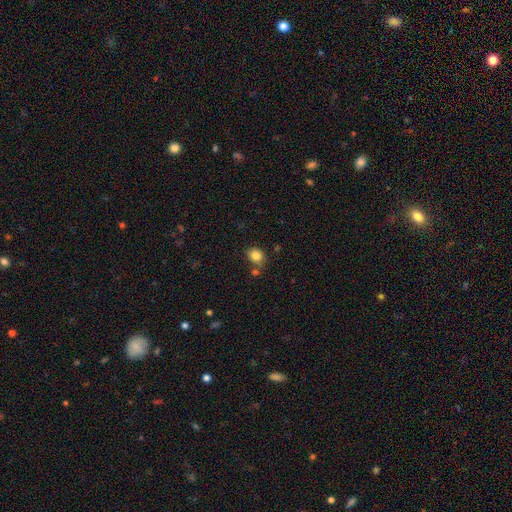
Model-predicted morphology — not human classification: The model was most divided on "how rounded": round: 60%, in between: 39%, cigar-shaped: 1%. More confident: smooth or featured — smooth (84%); merging — none (69%).